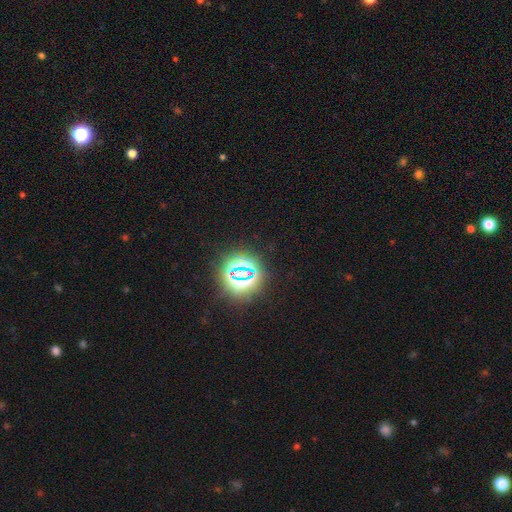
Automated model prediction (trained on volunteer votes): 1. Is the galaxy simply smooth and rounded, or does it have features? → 79% star or artifact, 14% smooth, 7% featured or disk.